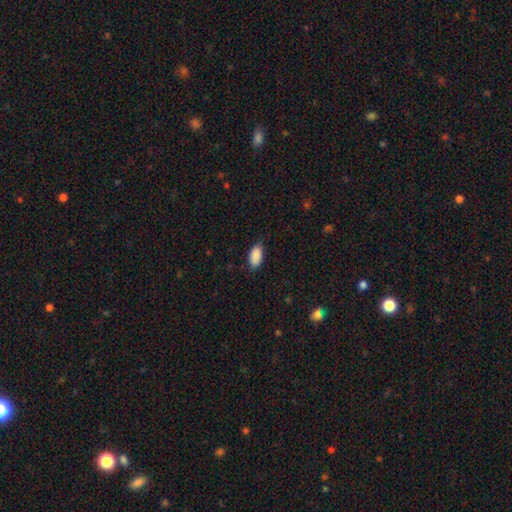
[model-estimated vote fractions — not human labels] smooth_or_featured: smooth (p=0.88) [alt: star or artifact p=0.07]
how_rounded: in between (p=0.93) [alt: round p=0.04]
merging: none (p=0.74) [alt: minor disturbance p=0.21]